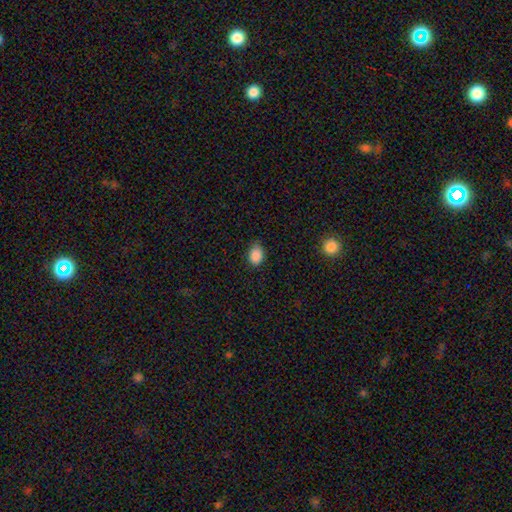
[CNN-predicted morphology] This is clearly a smooth galaxy (88%). How rounded: likely in between (76%). Merging: likely none (75%).